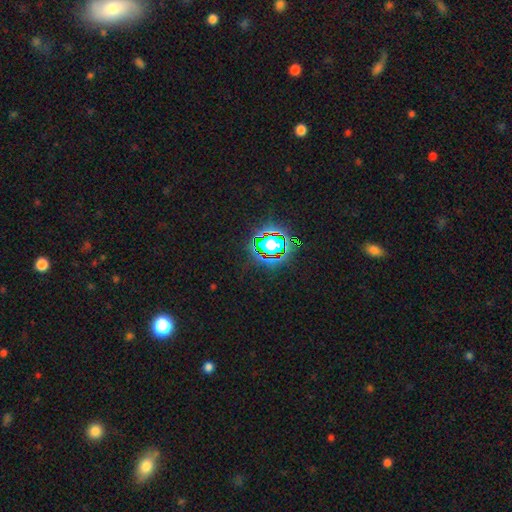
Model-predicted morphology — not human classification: Overall: star or artifact (81%).